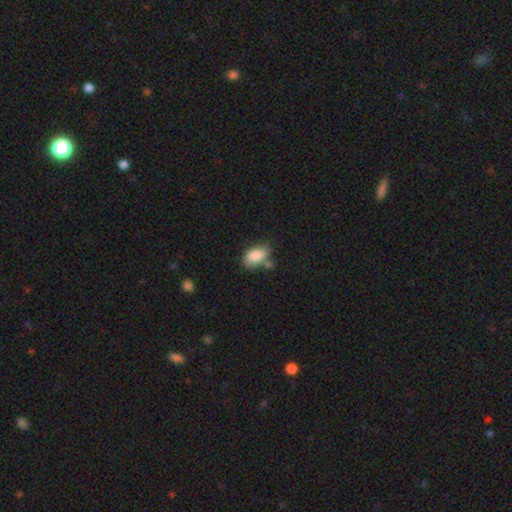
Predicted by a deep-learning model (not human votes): Overall: smooth (84%). How rounded: in between (92%). Merging: none (53%; minor disturbance 24%).